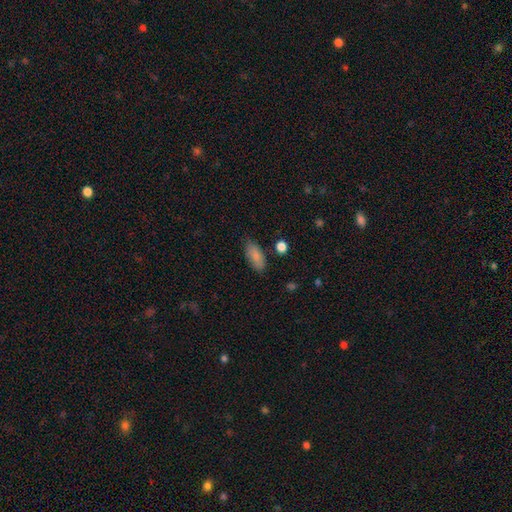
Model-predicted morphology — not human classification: smooth-or-featured: smooth: 86% | star or artifact: 7% | featured or disk: 7%
  how-rounded: in between: 87% | cigar-shaped: 11% | round: 3%
  merging: none: 79% | minor disturbance: 15% | major disturbance: 3% | merger: 2%